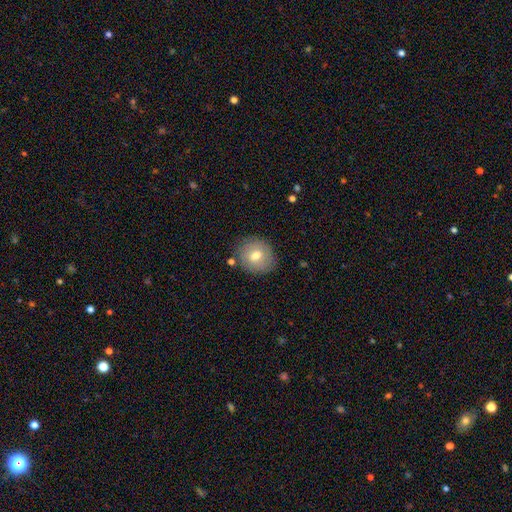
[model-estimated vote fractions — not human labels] Q: Smooth or featured?
A: smooth (70%); runner-up: featured or disk (22%)
Q: How rounded?
A: round (78%); runner-up: in between (21%)
Q: Merging?
A: none (81%); runner-up: minor disturbance (12%)